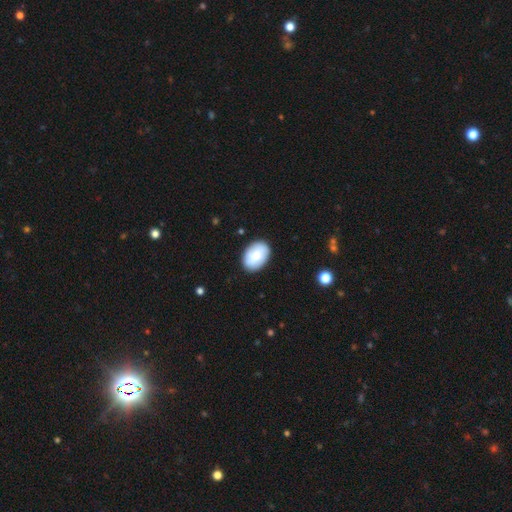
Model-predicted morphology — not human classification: The model was most divided on "smooth or featured": smooth: 76%, featured or disk: 18%, star or artifact: 6%. More confident: merging — none (85%); how rounded — in between (83%).